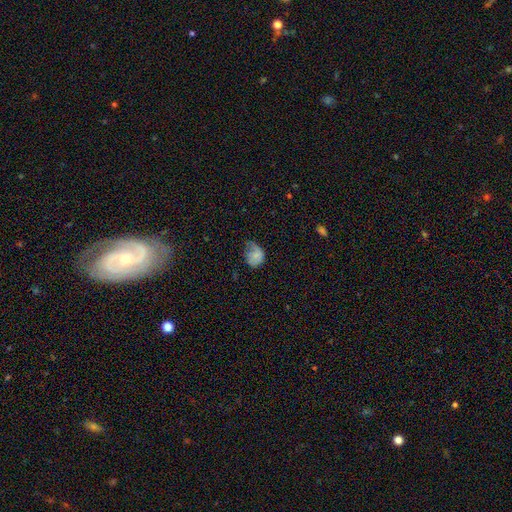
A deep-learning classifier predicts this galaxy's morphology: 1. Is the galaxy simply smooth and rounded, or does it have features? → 71% smooth, 20% featured or disk, 9% star or artifact.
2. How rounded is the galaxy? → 56% in between, 43% round, 1% cigar-shaped.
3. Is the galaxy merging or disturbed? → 41% minor disturbance, 30% none, 26% major disturbance, 2% merger.